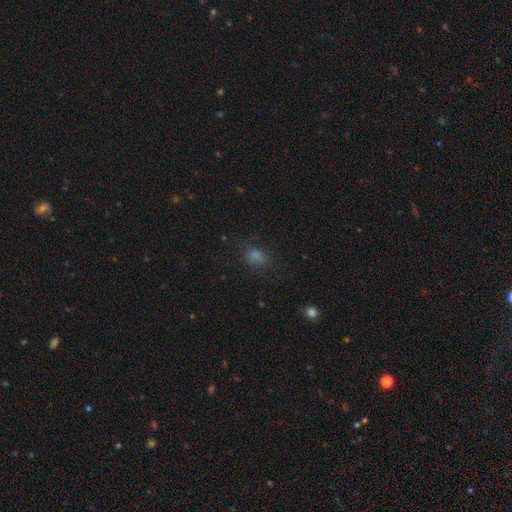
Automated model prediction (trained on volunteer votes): Smooth or featured?
  - smooth: 67% *
  - star or artifact: 24%
  - featured or disk: 9%
How rounded?
  - in between: 62% *
  - round: 35%
  - cigar-shaped: 3%
Merging?
  - none: 74% *
  - minor disturbance: 16%
  - major disturbance: 8%
  - merger: 2%